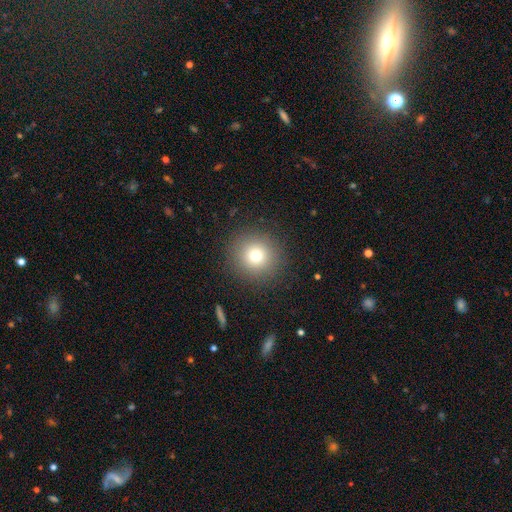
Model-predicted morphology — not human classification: Smooth or featured?
  - smooth: 75% *
  - star or artifact: 14%
  - featured or disk: 11%
How rounded?
  - round: 95% *
  - in between: 4%
  - cigar-shaped: 1%
Merging?
  - none: 90% *
  - minor disturbance: 6%
  - major disturbance: 3%
  - merger: 1%